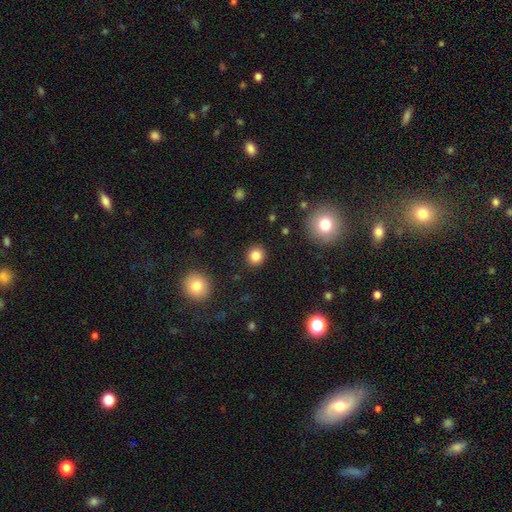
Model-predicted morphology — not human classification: Smooth or featured? Predicted: smooth (p=0.84). How rounded? Predicted: round (p=0.87). Merging? Predicted: none (p=0.91).